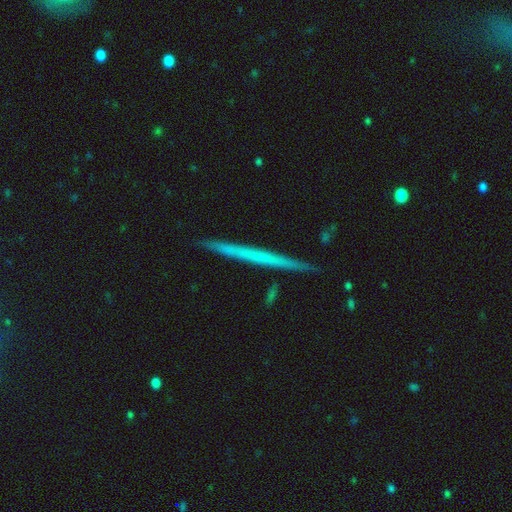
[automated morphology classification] This appears to be a featured or disk galaxy (53%) viewed edge-on (97%) with no central bulge (93%). Merging: none (91%).